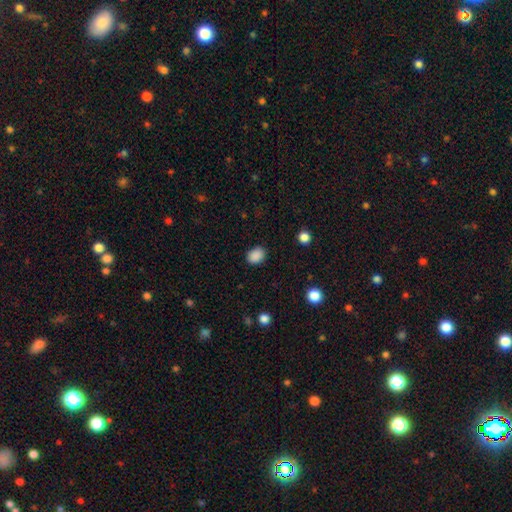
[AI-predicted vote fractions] The model was most divided on "how rounded": in between: 61%, round: 38%, cigar-shaped: 1%. More confident: smooth or featured — smooth (88%); merging — none (86%).